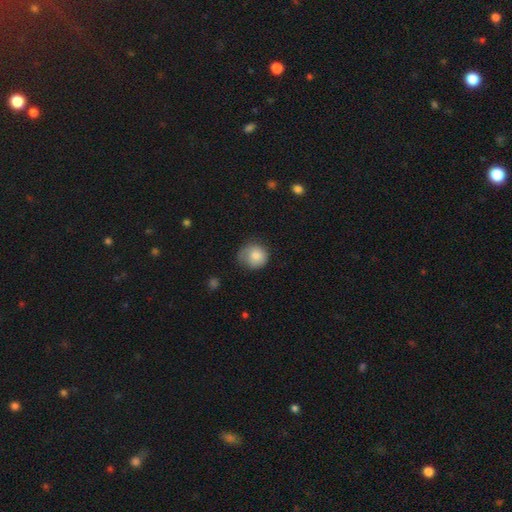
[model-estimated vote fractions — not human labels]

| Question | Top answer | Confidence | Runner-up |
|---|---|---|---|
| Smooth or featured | smooth | 81% | featured or disk (12%) |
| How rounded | round | 86% | in between (13%) |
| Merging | none | 56% | minor disturbance (30%) |